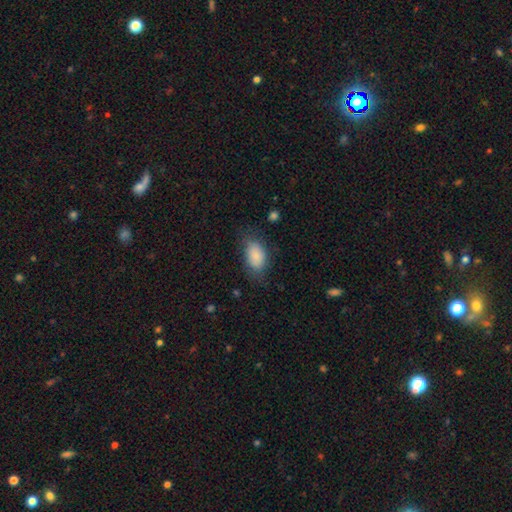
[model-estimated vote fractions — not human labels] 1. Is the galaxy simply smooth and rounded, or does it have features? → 85% smooth, 8% featured or disk, 7% star or artifact.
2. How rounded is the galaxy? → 92% in between, 7% round, 2% cigar-shaped.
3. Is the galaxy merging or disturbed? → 68% none, 22% minor disturbance, 9% major disturbance, 2% merger.